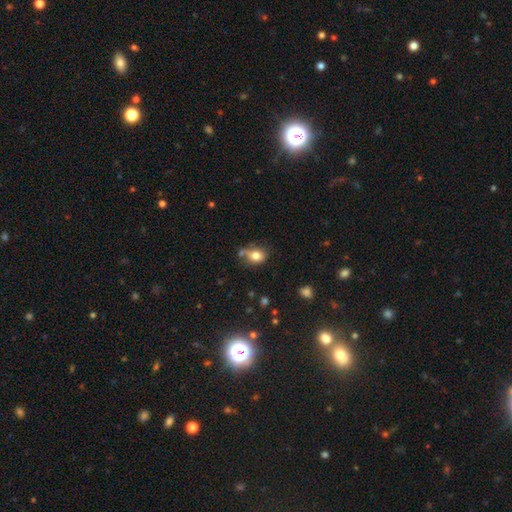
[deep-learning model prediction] A smooth galaxy with no disk features (78%) that is in between round and cigar-shaped (50%). Merging: none (51%).